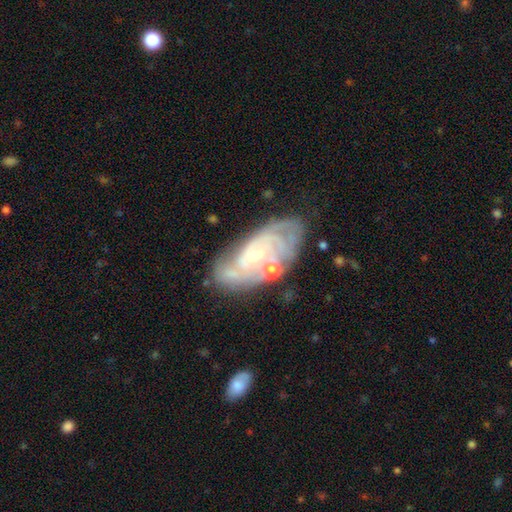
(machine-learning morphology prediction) type=featured or disk (81%); edge-on=no (94%); bar=no (66%); spiral arms=yes (92%); winding=tight (67%); arm count=can't tell (38%); bulge=small (65%); merging=none (64%).